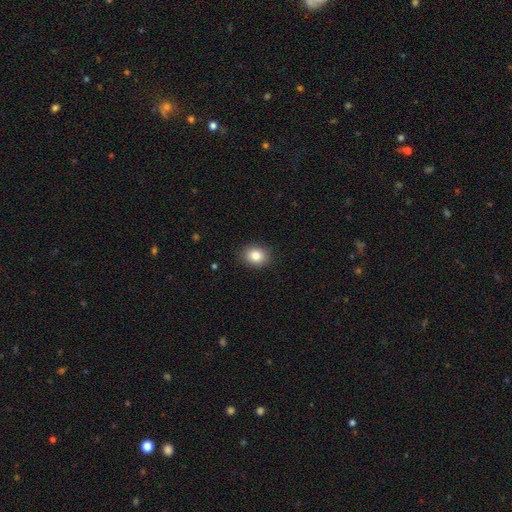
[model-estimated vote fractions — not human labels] Q: Smooth or featured?
A: smooth (84%); runner-up: star or artifact (9%)
Q: How rounded?
A: round (53%); runner-up: in between (47%)
Q: Merging?
A: none (89%); runner-up: minor disturbance (8%)